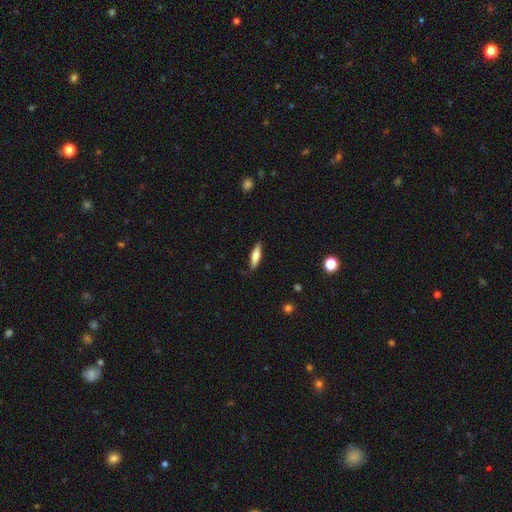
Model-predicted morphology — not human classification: This is likely a smooth galaxy (63%). How rounded: likely cigar-shaped (67%). Merging: clearly none (82%).